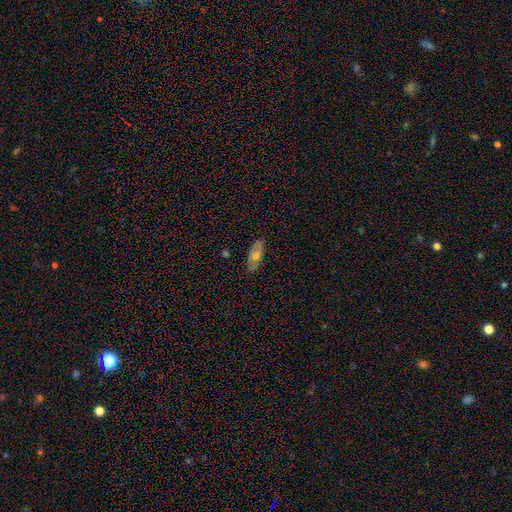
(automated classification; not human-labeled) Smooth or featured: smooth — 51% (featured or disk — 43%)
How rounded: in between — 85% (cigar-shaped — 11%)
Merging: none — 83% (minor disturbance — 13%)